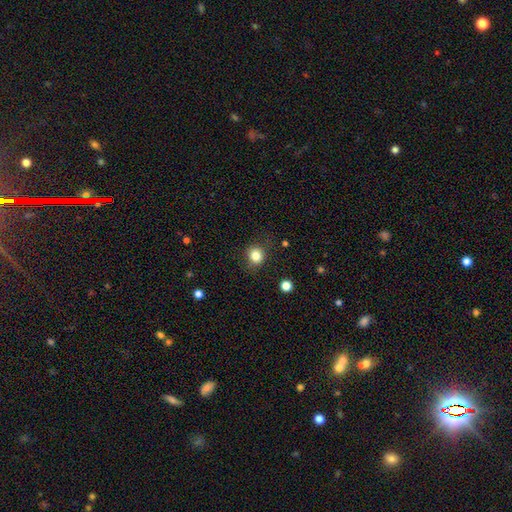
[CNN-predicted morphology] Overall: smooth (82%). How rounded: round (83%). Merging: none (84%).